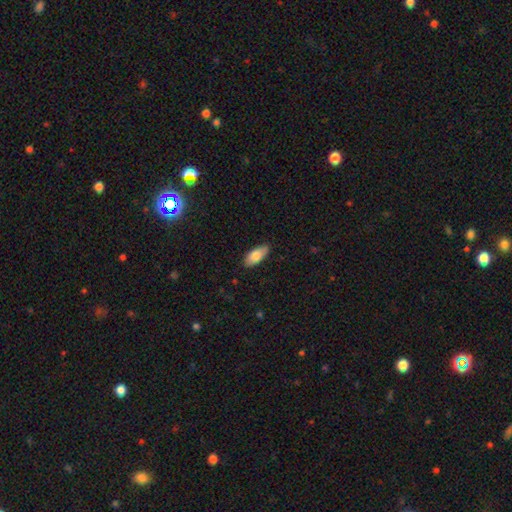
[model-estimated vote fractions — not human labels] Q: Smooth or featured?
A: smooth (77%); runner-up: featured or disk (17%)
Q: How rounded?
A: in between (87%); runner-up: cigar-shaped (11%)
Q: Merging?
A: none (85%); runner-up: minor disturbance (12%)